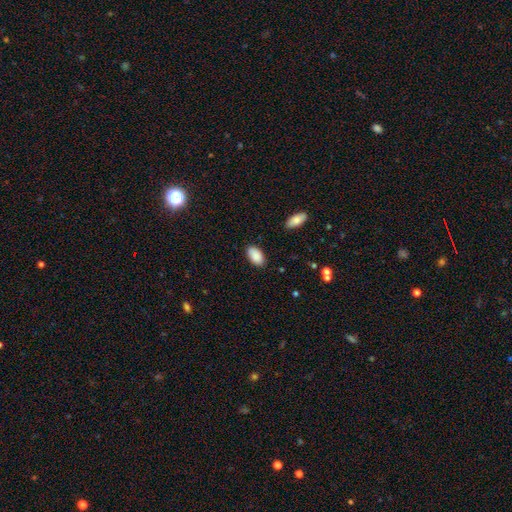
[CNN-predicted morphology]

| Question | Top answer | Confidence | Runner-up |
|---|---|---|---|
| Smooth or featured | smooth | 89% | star or artifact (7%) |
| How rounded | in between | 95% | round (4%) |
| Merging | none | 85% | minor disturbance (11%) |